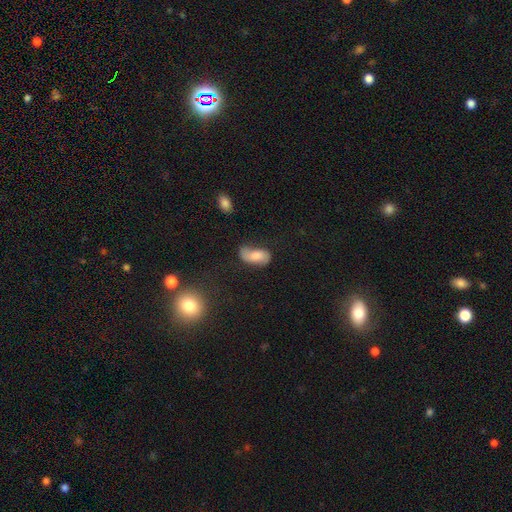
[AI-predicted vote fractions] Smooth or featured? smooth (55%)
How rounded? in between (91%)
Merging? none (50%)